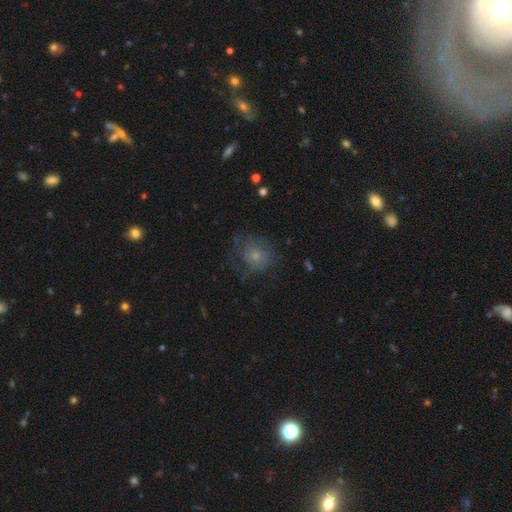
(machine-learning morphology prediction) Q: Smooth or featured?
A: smooth (59%); runner-up: featured or disk (29%)
Q: How rounded?
A: round (78%); runner-up: in between (21%)
Q: Merging?
A: none (54%); runner-up: minor disturbance (23%)